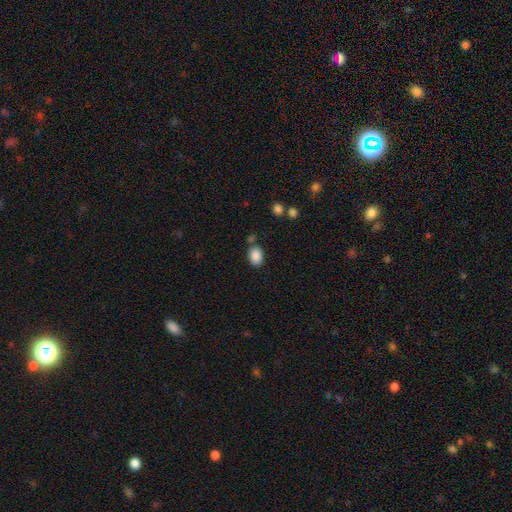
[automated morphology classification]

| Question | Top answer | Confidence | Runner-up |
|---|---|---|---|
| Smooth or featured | smooth | 88% | star or artifact (8%) |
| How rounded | in between | 77% | round (22%) |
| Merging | none | 75% | minor disturbance (14%) |